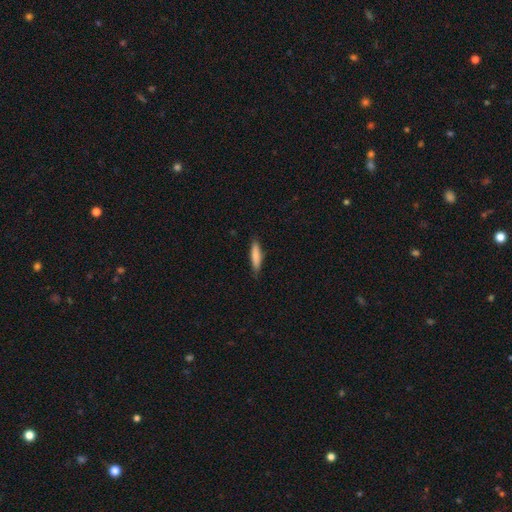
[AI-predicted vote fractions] Smooth or featured: smooth — 83% (featured or disk — 11%)
How rounded: cigar-shaped — 78% (in between — 21%)
Merging: none — 84% (minor disturbance — 12%)